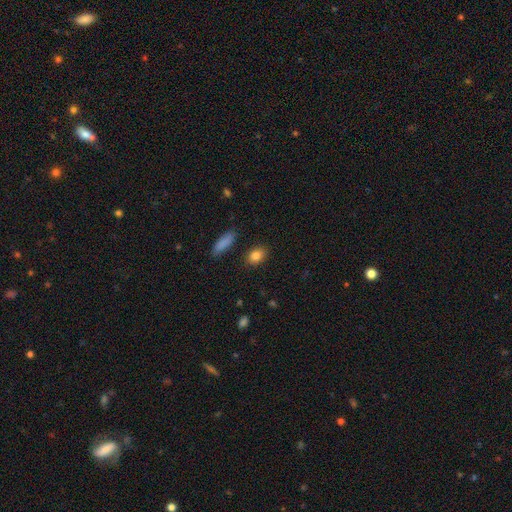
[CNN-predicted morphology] Smooth or featured? smooth (84%)
How rounded? in between (72%)
Merging? none (87%)